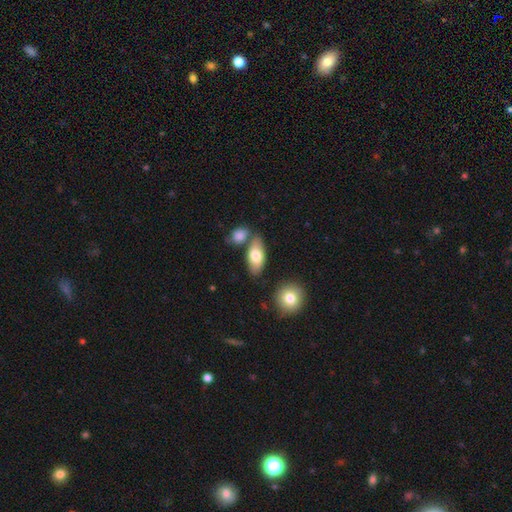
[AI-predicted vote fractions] Overall: smooth (75%). How rounded: in between (88%). Merging: none (67%).